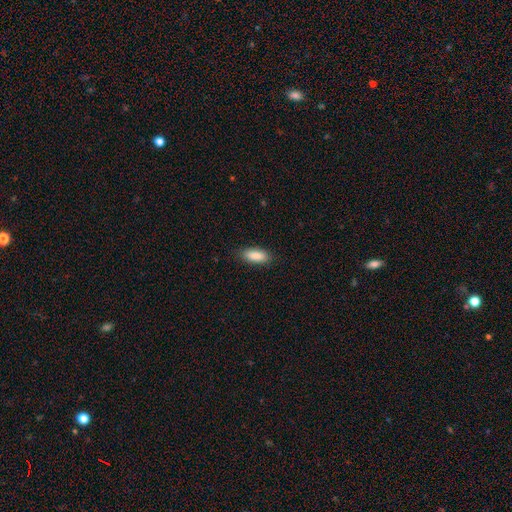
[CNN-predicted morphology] A smooth galaxy with no disk features (89%) that is in between round and cigar-shaped (79%). Merging: none (86%).